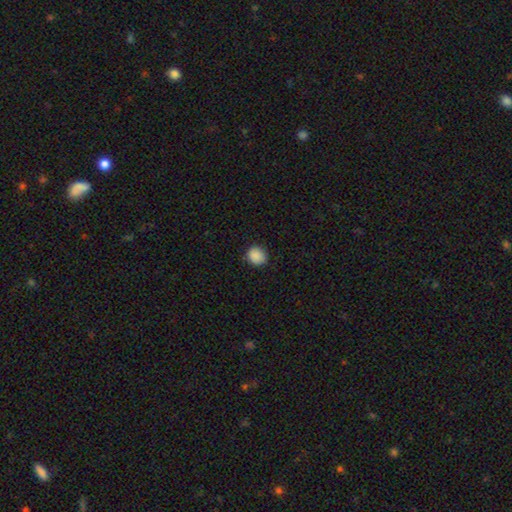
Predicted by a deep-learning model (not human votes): Smooth or featured? Predicted: smooth (p=0.88). How rounded? Predicted: round (p=0.79). Merging? Predicted: none (p=0.86).